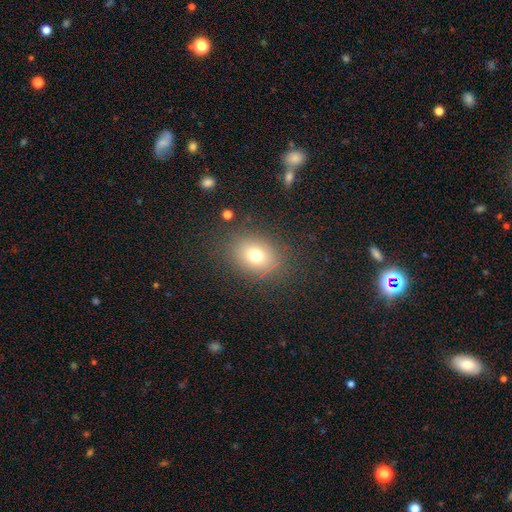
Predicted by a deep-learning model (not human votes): Q: Smooth or featured?
A: smooth (73%); runner-up: star or artifact (15%)
Q: How rounded?
A: in between (52%); runner-up: round (47%)
Q: Merging?
A: none (82%); runner-up: minor disturbance (11%)